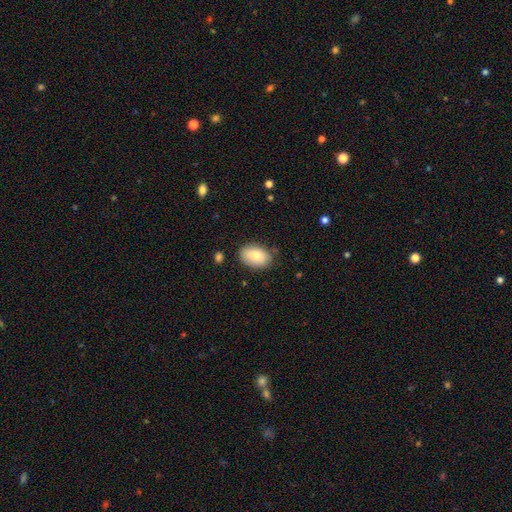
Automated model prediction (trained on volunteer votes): Morphology: type=smooth (79%); roundness=in between (88%); merging=none (78%).